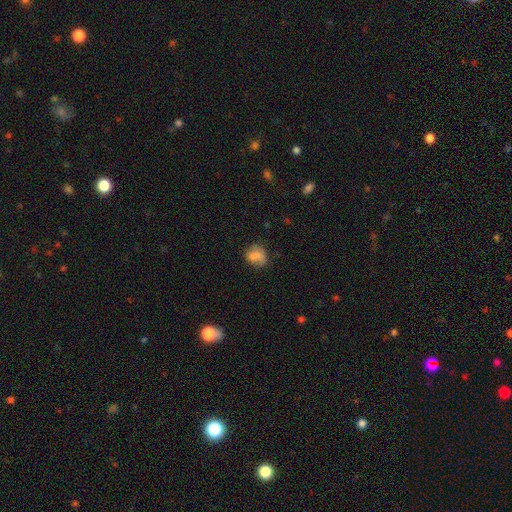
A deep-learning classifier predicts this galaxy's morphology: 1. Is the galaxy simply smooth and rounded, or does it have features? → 74% smooth, 16% featured or disk, 10% star or artifact.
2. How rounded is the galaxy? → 58% round, 41% in between, 1% cigar-shaped.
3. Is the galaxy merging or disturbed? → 51% none, 25% minor disturbance, 13% merger, 11% major disturbance.